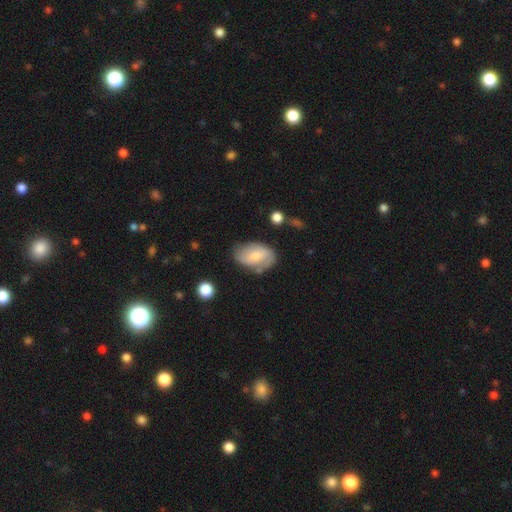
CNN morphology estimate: Smooth or featured? smooth (53%)
How rounded? in between (89%)
Merging? none (63%)